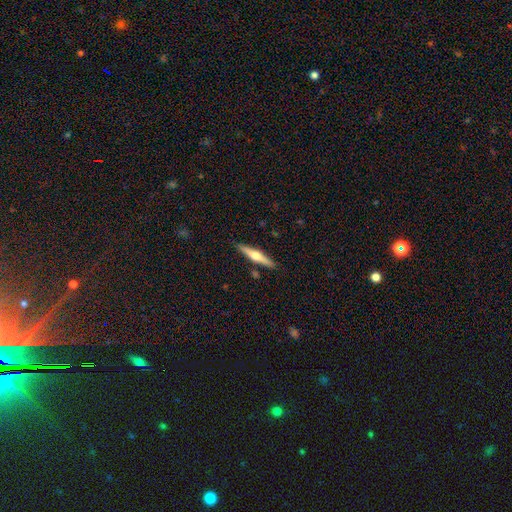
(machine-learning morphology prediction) Q: Smooth or featured?
A: featured or disk (61%); runner-up: smooth (34%)
Q: Edge-on disk?
A: yes (97%); runner-up: no (3%)
Q: Edge-on bulge?
A: rounded (93%); runner-up: none (4%)
Q: Merging?
A: none (88%); runner-up: minor disturbance (8%)